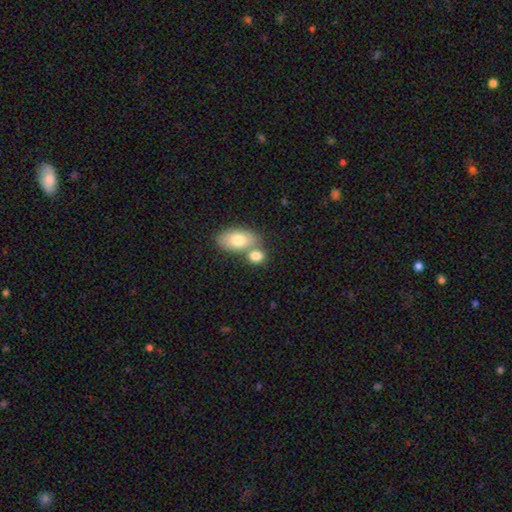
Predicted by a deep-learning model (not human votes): Morphology: type=smooth (80%); roundness=in between (64%); merging=none (44%).